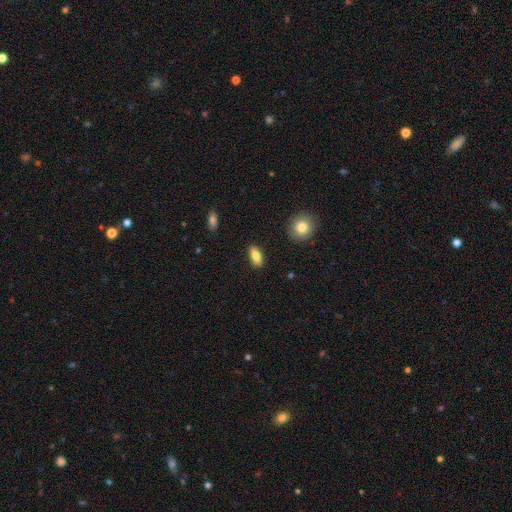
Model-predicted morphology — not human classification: Smooth or featured? smooth (81%)
How rounded? in between (84%)
Merging? none (87%)